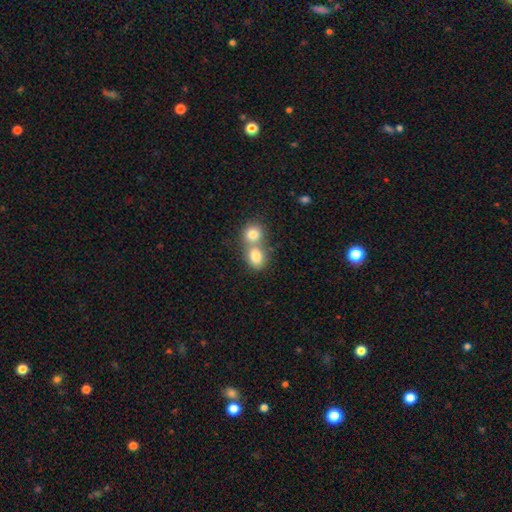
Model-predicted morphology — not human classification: Q: Smooth or featured?
A: smooth (81%); runner-up: featured or disk (10%)
Q: How rounded?
A: round (58%); runner-up: in between (41%)
Q: Merging?
A: merger (61%); runner-up: none (30%)